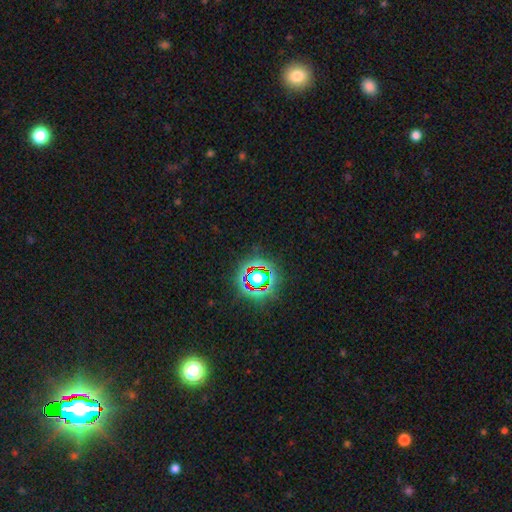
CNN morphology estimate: This is likely a star or artifact rather than a galaxy (78%).